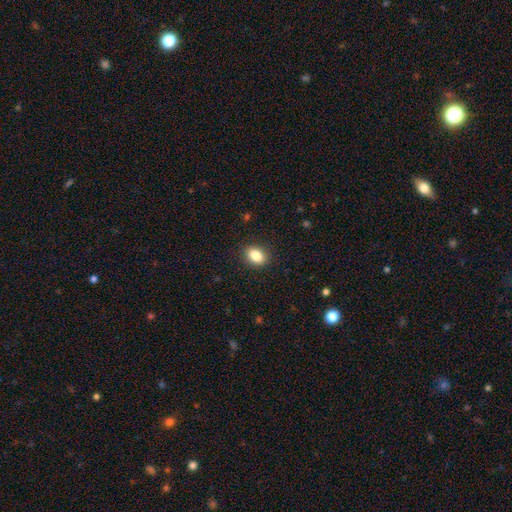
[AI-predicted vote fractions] Smooth or featured?
  - smooth: 86% *
  - star or artifact: 9%
  - featured or disk: 5%
How rounded?
  - in between: 74% *
  - round: 25%
  - cigar-shaped: 1%
Merging?
  - none: 89% *
  - minor disturbance: 8%
  - major disturbance: 2%
  - merger: 1%